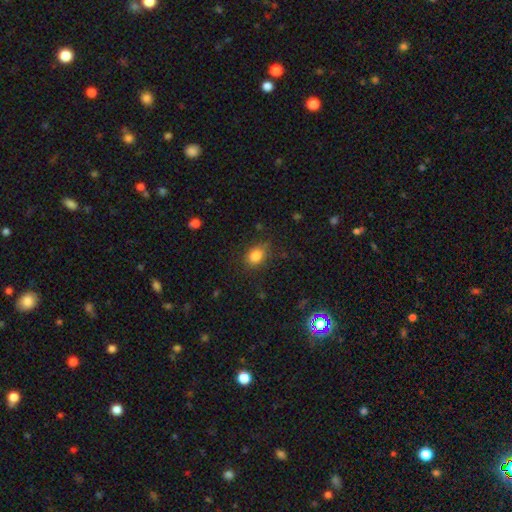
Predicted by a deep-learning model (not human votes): A smooth galaxy with no disk features (83%) that is in between round and cigar-shaped (55%).

Vote fractions:
- Smooth or featured? smooth: 83% / star or artifact: 11% / featured or disk: 6%
- How rounded? in between: 55% / round: 44% / cigar-shaped: 1%
- Merging? none: 78% / minor disturbance: 16% / major disturbance: 4% / merger: 1%